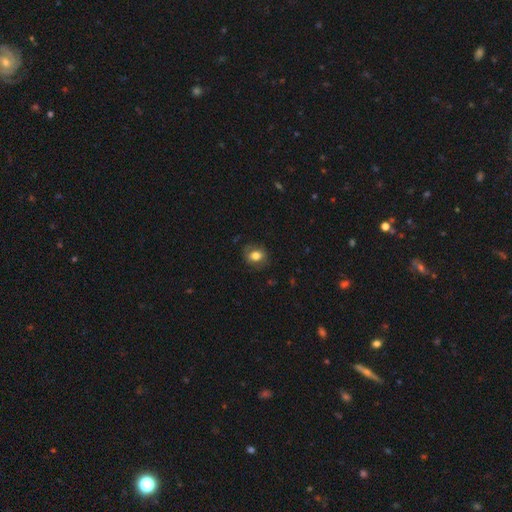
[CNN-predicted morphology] The model was most divided on "how rounded": in between: 52%, round: 47%, cigar-shaped: 1%. More confident: merging — none (78%); smooth or featured — smooth (74%).